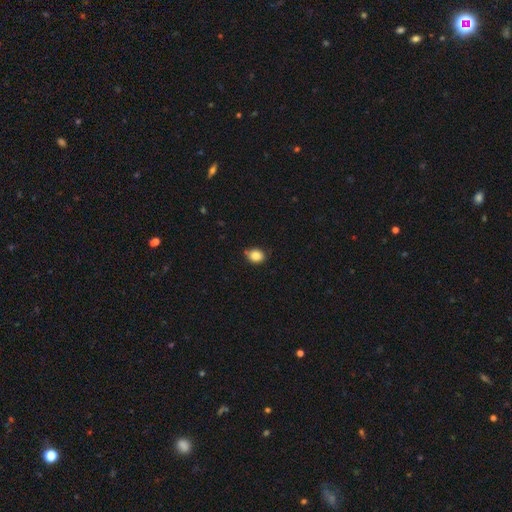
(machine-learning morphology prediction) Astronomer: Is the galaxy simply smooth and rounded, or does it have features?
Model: smooth — 86%.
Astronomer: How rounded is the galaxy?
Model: round — 59% (runner-up: in between, 40%).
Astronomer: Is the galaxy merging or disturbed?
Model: none — 77%.